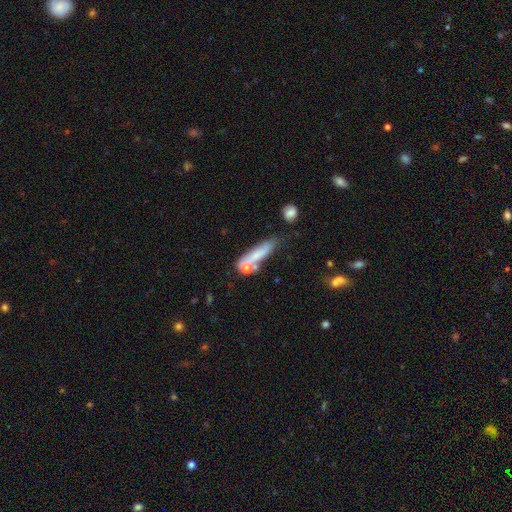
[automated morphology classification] smooth-or-featured: smooth: 65% | featured or disk: 26% | star or artifact: 9%
  how-rounded: cigar-shaped: 71% | in between: 24% | round: 5%
  merging: none: 45% | minor disturbance: 22% | merger: 20% | major disturbance: 12%